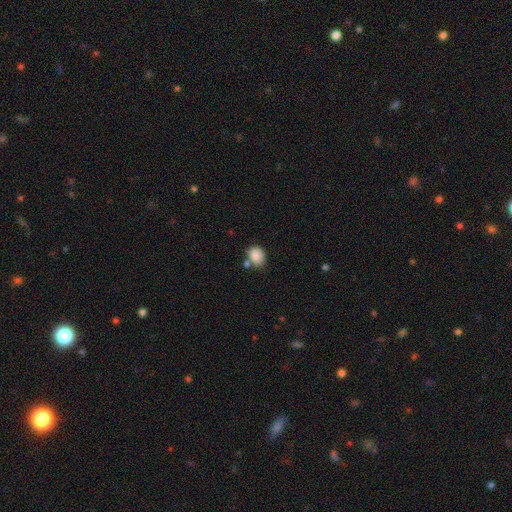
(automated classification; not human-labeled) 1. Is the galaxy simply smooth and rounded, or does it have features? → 87% smooth, 8% star or artifact, 5% featured or disk.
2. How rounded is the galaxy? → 56% in between, 43% round, 1% cigar-shaped.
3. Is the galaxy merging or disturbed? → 59% none, 19% merger, 17% minor disturbance, 5% major disturbance.